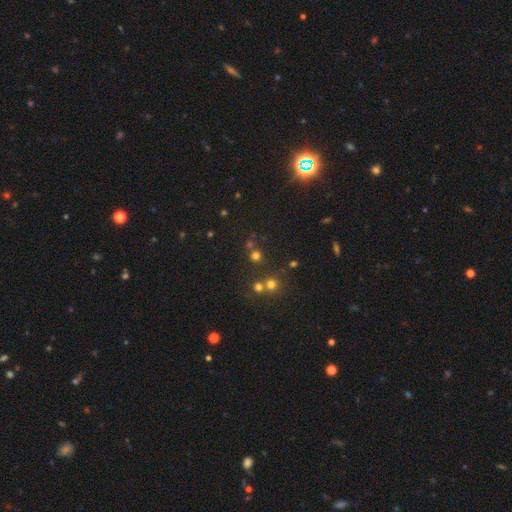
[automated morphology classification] A smooth galaxy with no disk features (63%) that is round (91%). Merging: none (72%).